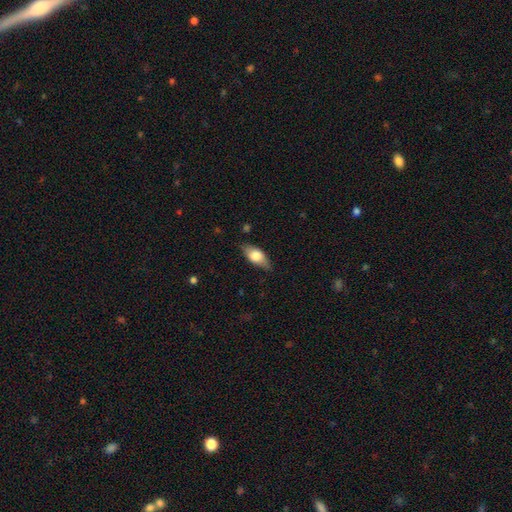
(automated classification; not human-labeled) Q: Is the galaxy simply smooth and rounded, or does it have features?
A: smooth — 68%.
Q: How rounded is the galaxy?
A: in between — 85%.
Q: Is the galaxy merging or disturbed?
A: none — 78%.